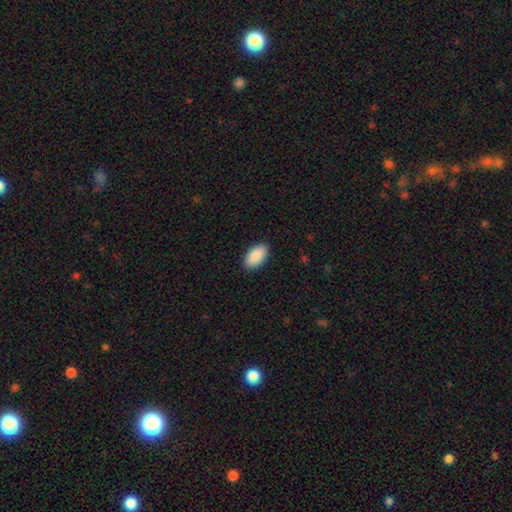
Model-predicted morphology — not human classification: The model was most divided on "merging": none: 89%, minor disturbance: 8%, major disturbance: 2%, merger: 1%. More confident: how rounded — in between (95%); smooth or featured — smooth (91%).